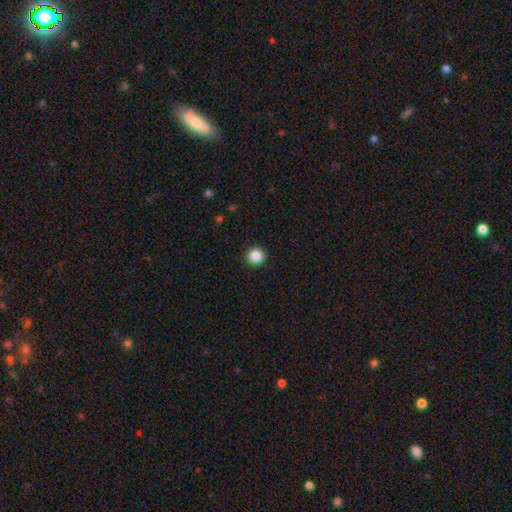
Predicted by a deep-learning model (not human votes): Smooth or featured? smooth (86%)
How rounded? round (93%)
Merging? none (92%)